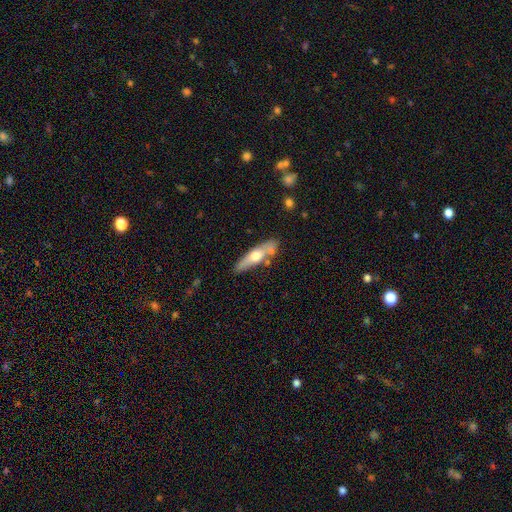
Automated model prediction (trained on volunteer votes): A smooth galaxy with no disk features (49%).

Vote fractions:
- Smooth or featured? smooth: 49% / featured or disk: 46% / star or artifact: 5%
- Merging? none: 67% / minor disturbance: 17% / merger: 11% / major disturbance: 4%